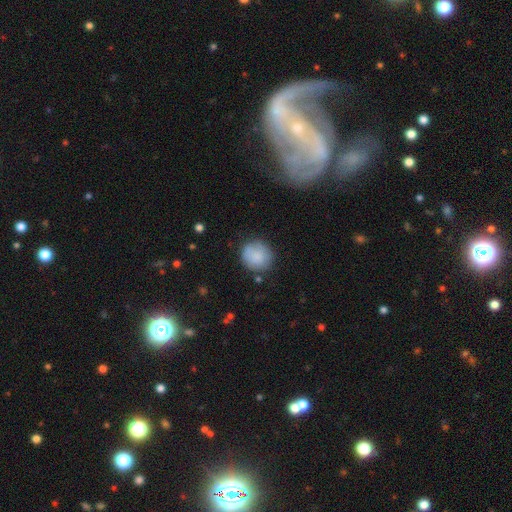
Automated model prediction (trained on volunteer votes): Q: Smooth or featured?
A: smooth (81%); runner-up: featured or disk (12%)
Q: How rounded?
A: round (90%); runner-up: in between (9%)
Q: Merging?
A: none (71%); runner-up: minor disturbance (18%)